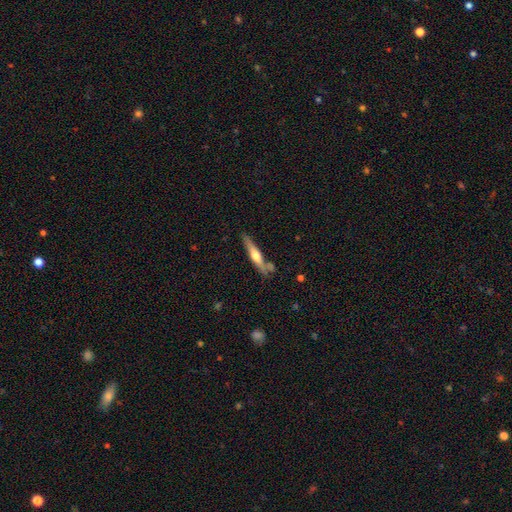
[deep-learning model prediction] The model was most divided on "smooth or featured": featured or disk: 57%, smooth: 38%, star or artifact: 5%. More confident: edge-on disk — yes (95%); edge-on bulge — rounded (88%); merging — none (72%).